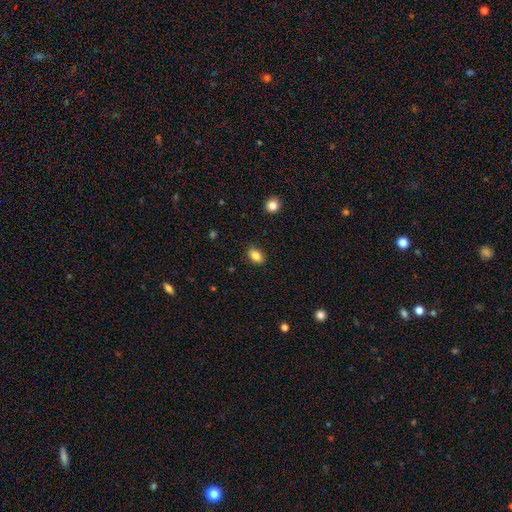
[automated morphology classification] A smooth galaxy with no disk features (85%) that is in between round and cigar-shaped (83%). Merging: none (87%).